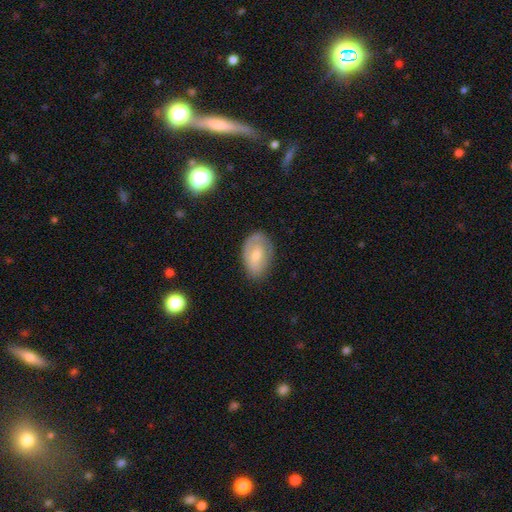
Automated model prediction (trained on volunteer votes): Q: Smooth or featured?
A: smooth (58%); runner-up: featured or disk (35%)
Q: How rounded?
A: in between (86%); runner-up: round (13%)
Q: Merging?
A: none (69%); runner-up: minor disturbance (23%)